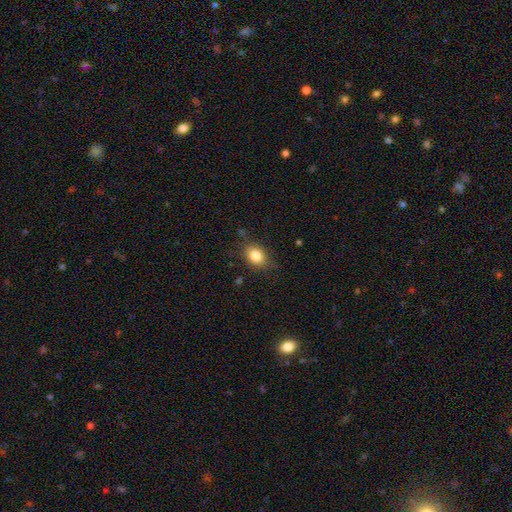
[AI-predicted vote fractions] Morphology: type=smooth (83%); roundness=in between (67%); merging=none (77%).